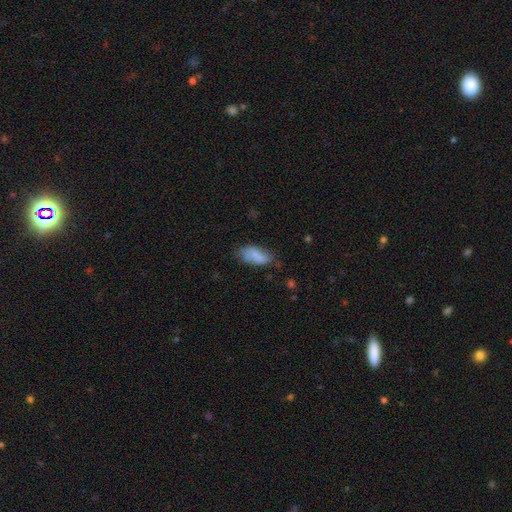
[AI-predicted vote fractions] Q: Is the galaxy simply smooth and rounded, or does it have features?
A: smooth — 75%.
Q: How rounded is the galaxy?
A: in between — 90%.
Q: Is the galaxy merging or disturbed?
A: none — 54%.